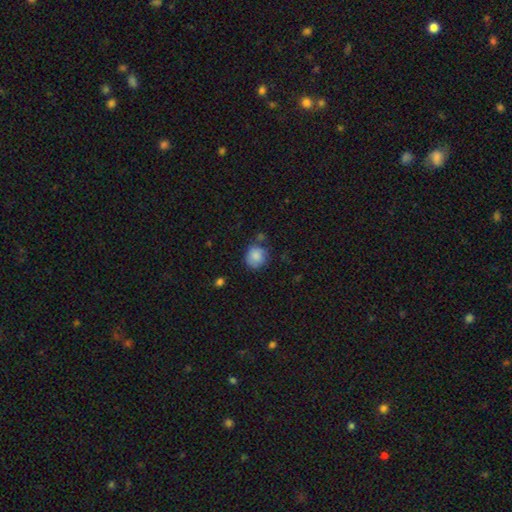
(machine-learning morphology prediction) A smooth galaxy with no disk features (84%) that is round (81%). Merging: none (66%).